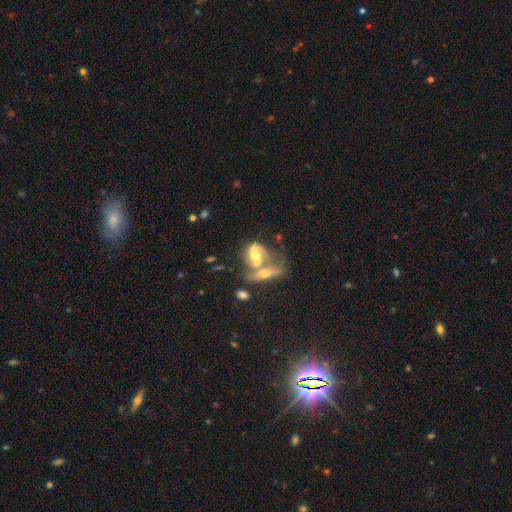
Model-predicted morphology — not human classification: A featured or disk galaxy (74%) with no bar (43%), 2 (77%) medium (48%) spiral arms (88%) and a moderate central bulge (62%).

Vote fractions:
- Smooth or featured? featured or disk: 74% / smooth: 19% / star or artifact: 7%
- Edge-on disk? no: 92% / yes: 8%
- Bar? no: 43% / weak: 41% / strong: 16%
- Spiral arms? yes: 88% / no: 12%
- Spiral winding? medium: 48% / tight: 28% / loose: 24%
- Spiral arm count? 2: 77% / 1: 10% / can't tell: 10% / 3: 2% / 4: 1% / more than 4: 1%
- Bulge size? moderate: 62% / small: 24% / large: 9% / none: 3% / dominant: 2%
- Merging? merger: 58% / none: 23% / minor disturbance: 10% / major disturbance: 9%